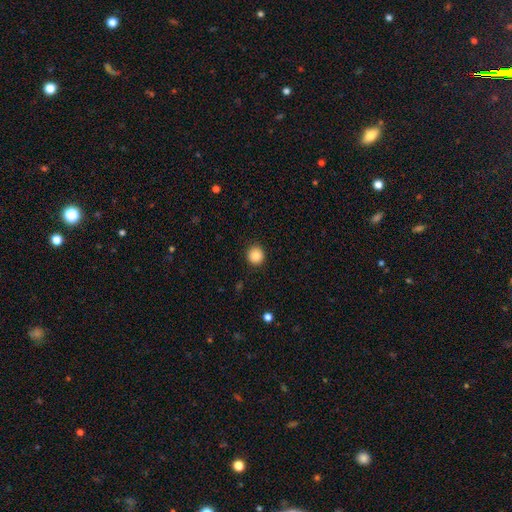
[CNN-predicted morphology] smooth 87%, star or artifact 10%, featured or disk 4%. Down the decision tree: how rounded — round (92%); merging — none (91%).